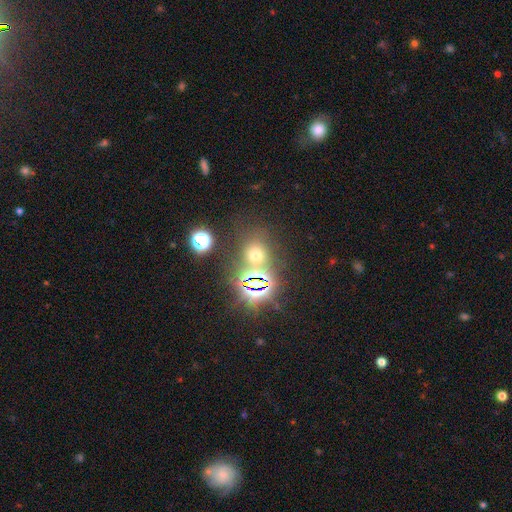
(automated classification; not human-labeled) smooth 50%, star or artifact 41%, featured or disk 9%. Down the decision tree: how rounded — round (73%); merging — none (67%).